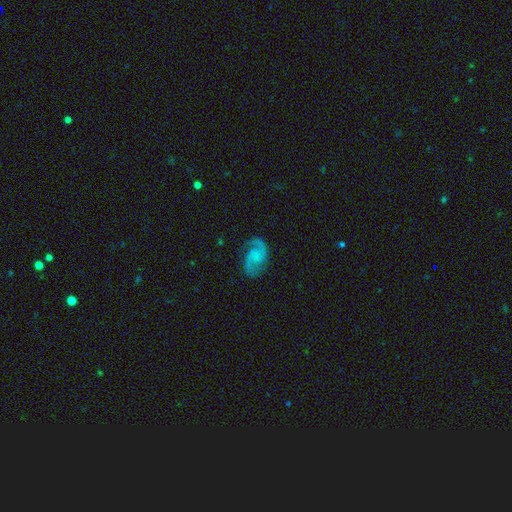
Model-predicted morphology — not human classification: This appears to be a featured or disk galaxy (86%) with no bar (60%), 2 (92%) medium (53%) spiral arms (97%) and no central bulge (60%). Merging: none (77%).